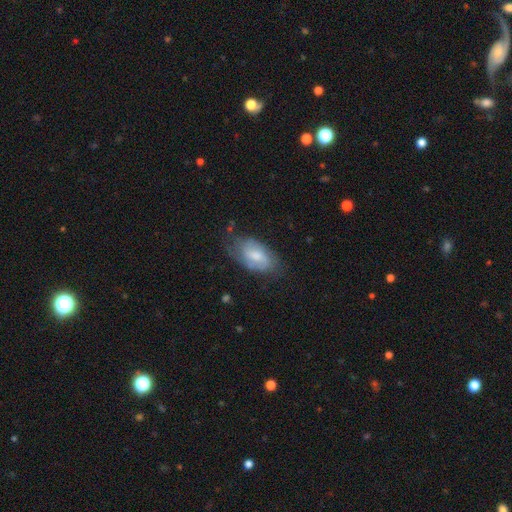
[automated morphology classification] smooth_or_featured: smooth (p=0.47) [alt: featured or disk p=0.46]
merging: none (p=0.56) [alt: minor disturbance p=0.30]